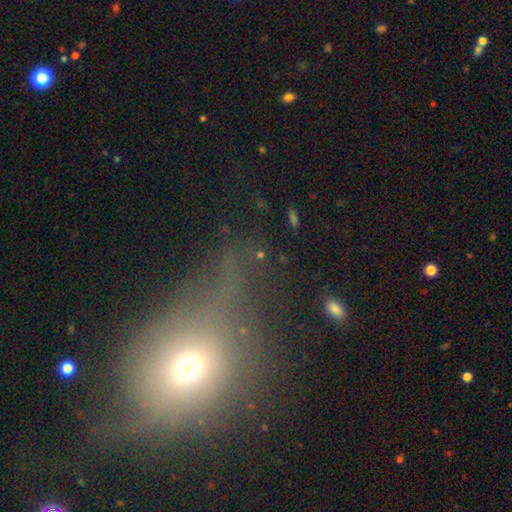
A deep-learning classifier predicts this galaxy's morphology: The model was most divided on "smooth or featured" (2-way tie): smooth: 40%, star or artifact: 40%, featured or disk: 20%. More confident: merging — none (65%).